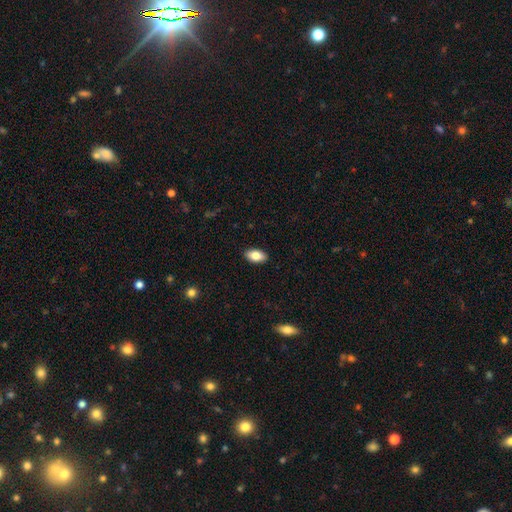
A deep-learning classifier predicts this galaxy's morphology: The model was most divided on "smooth or featured": smooth: 83%, featured or disk: 10%, star or artifact: 7%. More confident: how rounded — in between (93%); merging — none (90%).